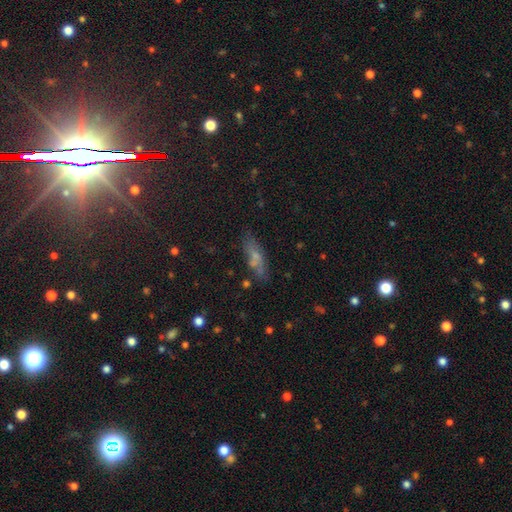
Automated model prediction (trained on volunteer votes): smooth_or_featured: smooth (p=0.53) [alt: featured or disk p=0.26]
how_rounded: cigar-shaped (p=0.53) [alt: in between p=0.42]
merging: none (p=0.73) [alt: minor disturbance p=0.16]